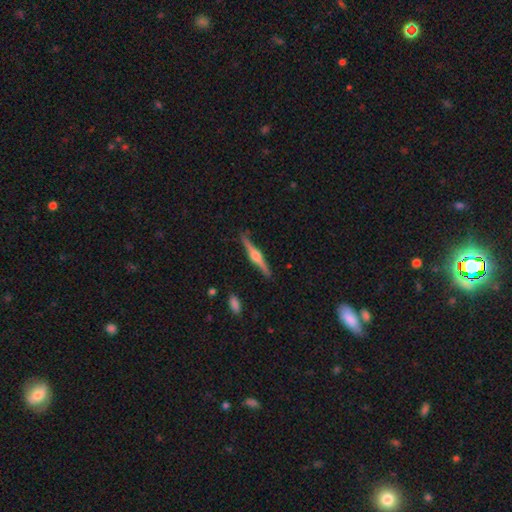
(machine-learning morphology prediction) Q: Smooth or featured?
A: featured or disk (79%); runner-up: smooth (16%)
Q: Edge-on disk?
A: yes (98%); runner-up: no (2%)
Q: Edge-on bulge?
A: rounded (87%); runner-up: boxy (9%)
Q: Merging?
A: none (89%); runner-up: minor disturbance (8%)